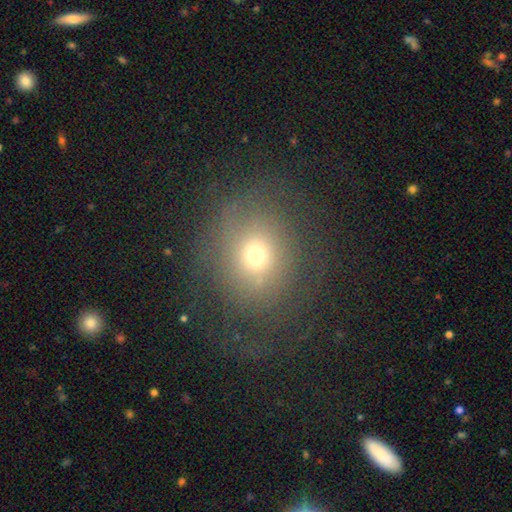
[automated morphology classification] A smooth galaxy with no disk features (58%) that is round (77%).

Vote fractions:
- Smooth or featured? smooth: 58% / featured or disk: 25% / star or artifact: 17%
- How rounded? round: 77% / in between: 22% / cigar-shaped: 1%
- Merging? none: 64% / major disturbance: 18% / minor disturbance: 17% / merger: 2%